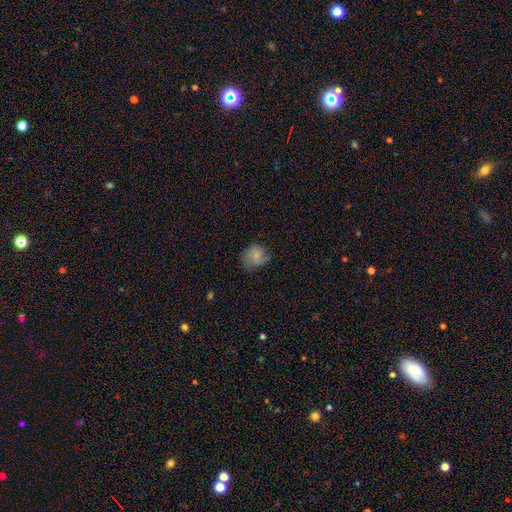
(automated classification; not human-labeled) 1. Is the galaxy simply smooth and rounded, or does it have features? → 73% smooth, 17% featured or disk, 9% star or artifact.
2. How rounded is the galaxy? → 73% round, 26% in between, 1% cigar-shaped.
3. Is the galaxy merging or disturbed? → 63% none, 26% minor disturbance, 9% major disturbance, 1% merger.